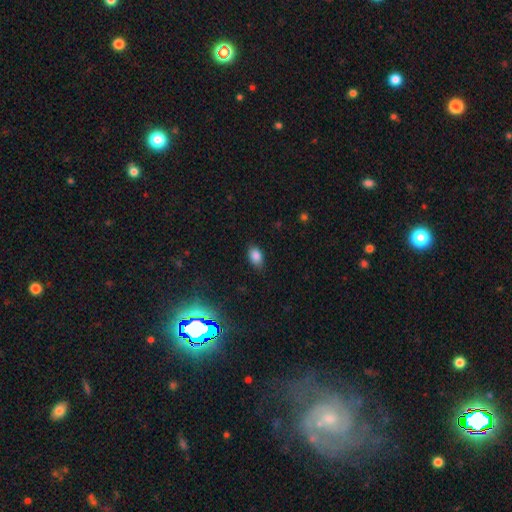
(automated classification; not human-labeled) Smooth or featured? Predicted: smooth (p=0.84). How rounded? Predicted: in between (p=0.85). Merging? Predicted: none (p=0.81).